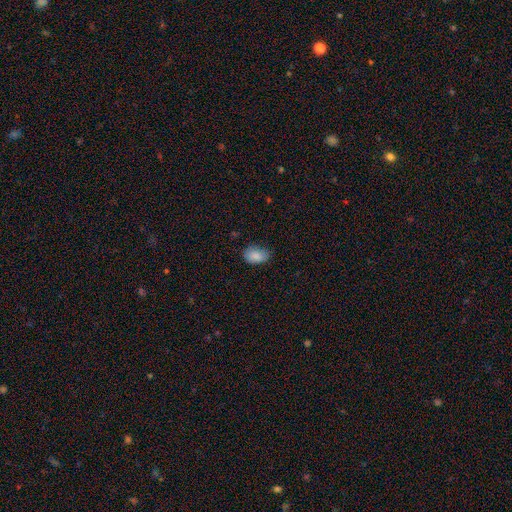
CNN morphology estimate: Overall: smooth (86%). How rounded: in between (86%). Merging: none (64%; minor disturbance 29%).